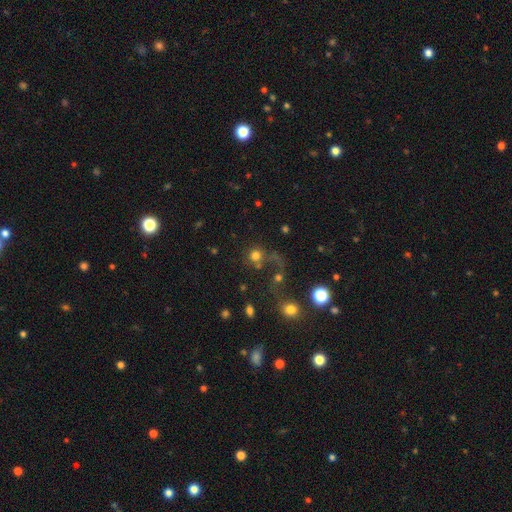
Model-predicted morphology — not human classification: Overall: smooth (72%). How rounded: round (91%). Merging: none (50%; merger 26%).